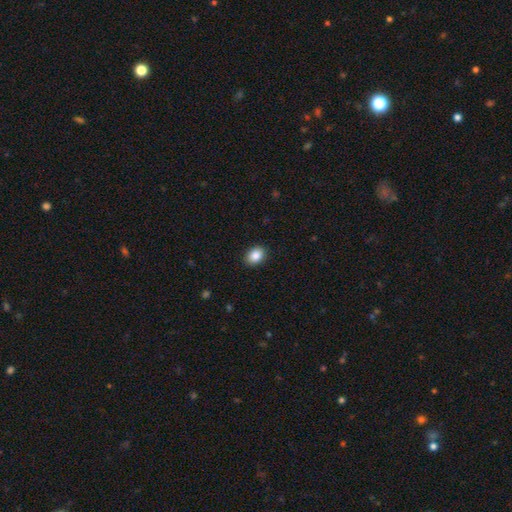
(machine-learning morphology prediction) smooth 86%, star or artifact 8%, featured or disk 6%. Down the decision tree: how rounded — in between (69%); merging — none (90%).